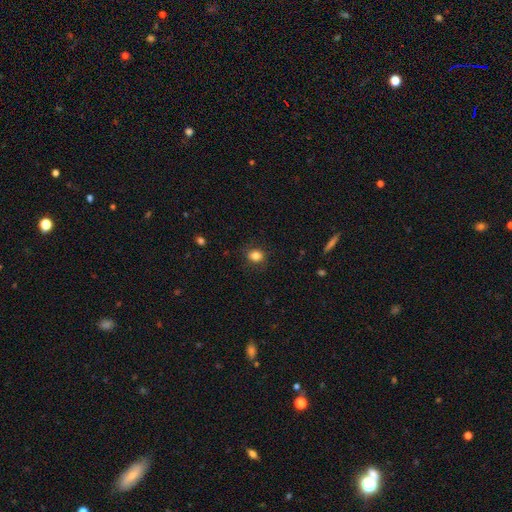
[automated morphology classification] smooth-or-featured: smooth: 83% | star or artifact: 10% | featured or disk: 6%
  how-rounded: round: 61% | in between: 38% | cigar-shaped: 1%
  merging: none: 83% | minor disturbance: 12% | major disturbance: 4% | merger: 1%